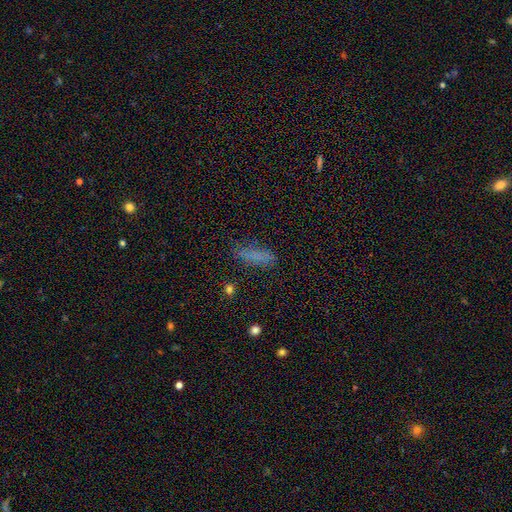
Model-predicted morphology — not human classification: smooth 74%, star or artifact 15%, featured or disk 11%. Down the decision tree: how rounded — cigar-shaped (57%); merging — none (75%).